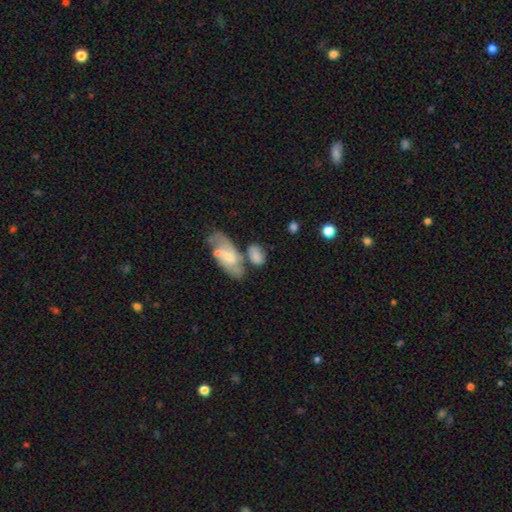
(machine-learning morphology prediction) Smooth or featured?
  - smooth: 71% *
  - featured or disk: 22%
  - star or artifact: 7%
How rounded?
  - in between: 82% *
  - round: 14%
  - cigar-shaped: 4%
Merging?
  - none: 43% *
  - merger: 29%
  - minor disturbance: 19%
  - major disturbance: 8%